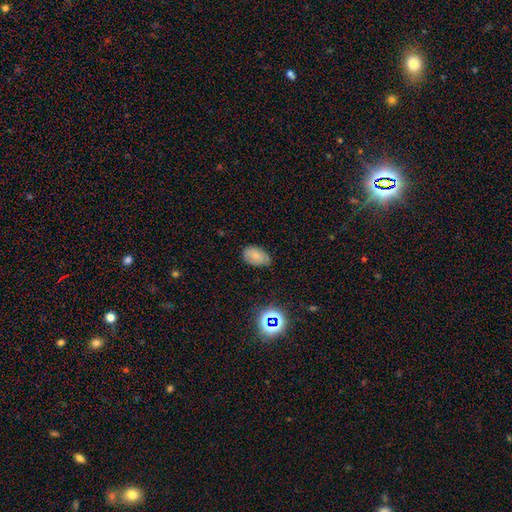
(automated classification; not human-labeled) The model was most divided on "merging": none: 62%, minor disturbance: 31%, major disturbance: 5%, merger: 2%. More confident: how rounded — in between (89%); smooth or featured — smooth (76%).